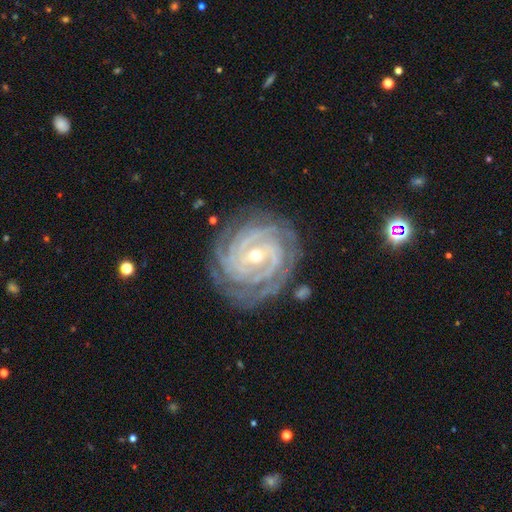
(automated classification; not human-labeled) This is clearly a featured or disk galaxy (92%). It is clearly not viewed edge-on (97%). Bar: marginally no (40%, tied with weak). Spiral arm pattern: clearly yes (98%). Spiral arm count: marginally 4 (30%). Spiral winding: clearly tight (84%). Central bulge: likely small (68%). Merging: clearly none (80%).